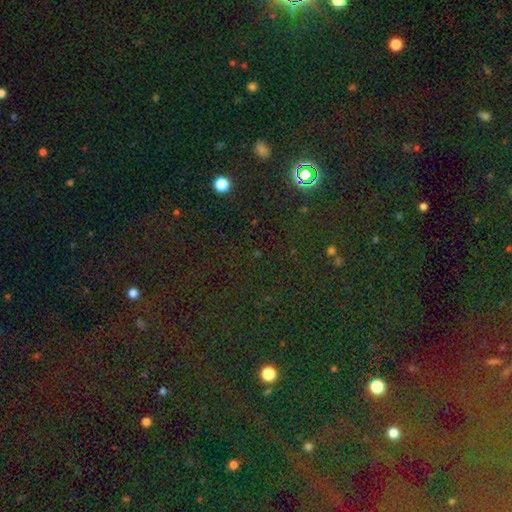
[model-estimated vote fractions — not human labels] Overall: star or artifact (75%).